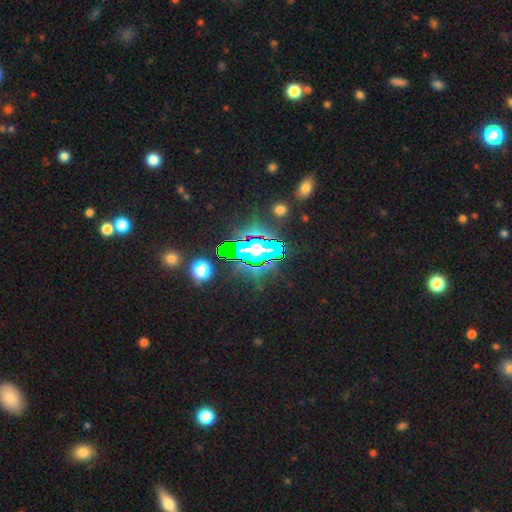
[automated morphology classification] This is clearly a star or artifact rather than a galaxy (81%).